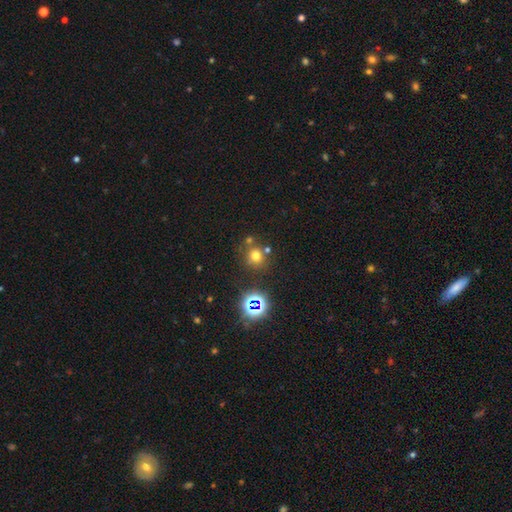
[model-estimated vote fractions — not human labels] smooth 65%, star or artifact 26%, featured or disk 9%. Down the decision tree: how rounded — round (88%); merging — none (72%).